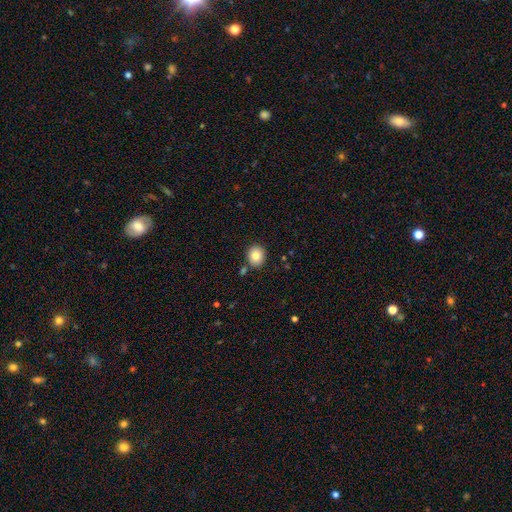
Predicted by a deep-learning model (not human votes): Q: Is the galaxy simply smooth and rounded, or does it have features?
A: smooth — 82%.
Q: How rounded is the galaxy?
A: round — 74%.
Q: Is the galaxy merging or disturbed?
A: none — 85%.